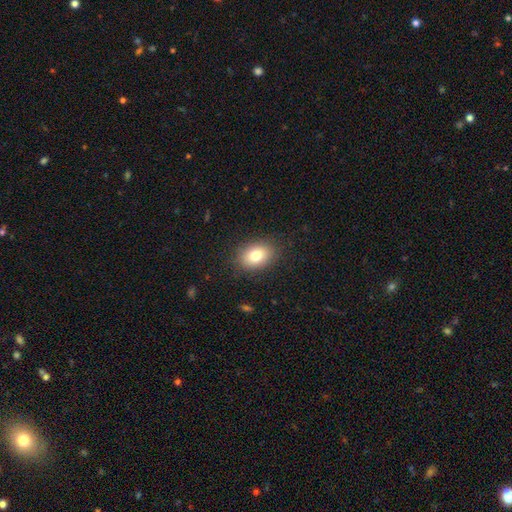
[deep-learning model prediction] A smooth galaxy with no disk features (79%) that is in between round and cigar-shaped (77%).

Vote fractions:
- Smooth or featured? smooth: 79% / featured or disk: 12% / star or artifact: 9%
- How rounded? in between: 77% / round: 22% / cigar-shaped: 1%
- Merging? none: 86% / minor disturbance: 10% / major disturbance: 3% / merger: 1%